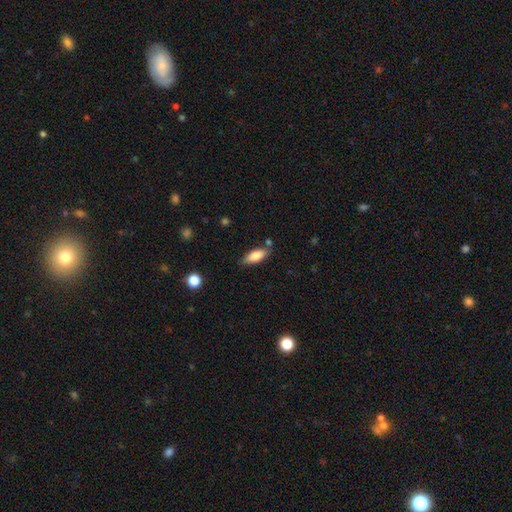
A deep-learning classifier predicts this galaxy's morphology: Q: Smooth or featured?
A: smooth (81%); runner-up: featured or disk (12%)
Q: How rounded?
A: in between (73%); runner-up: cigar-shaped (25%)
Q: Merging?
A: none (76%); runner-up: minor disturbance (16%)